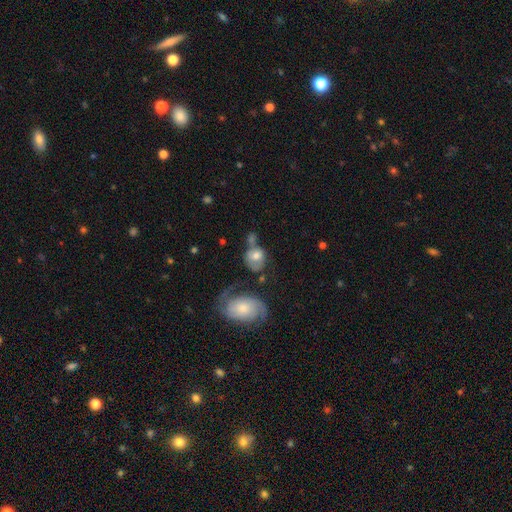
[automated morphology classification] type=smooth (56%); roundness=round (58%); merging=none (36%).